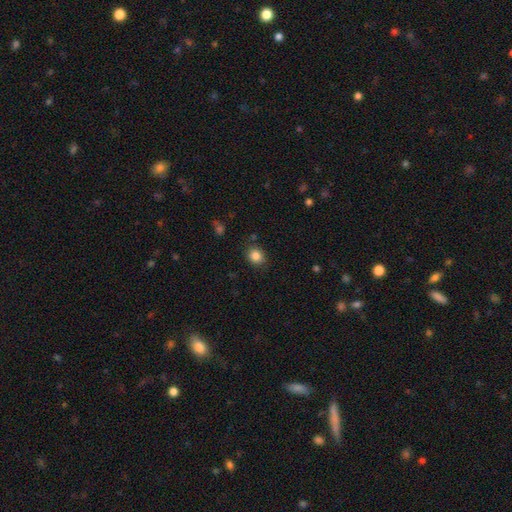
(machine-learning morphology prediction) The model was most divided on "how rounded": round: 68%, in between: 32%, cigar-shaped: 1%. More confident: merging — none (85%); smooth or featured — smooth (85%).